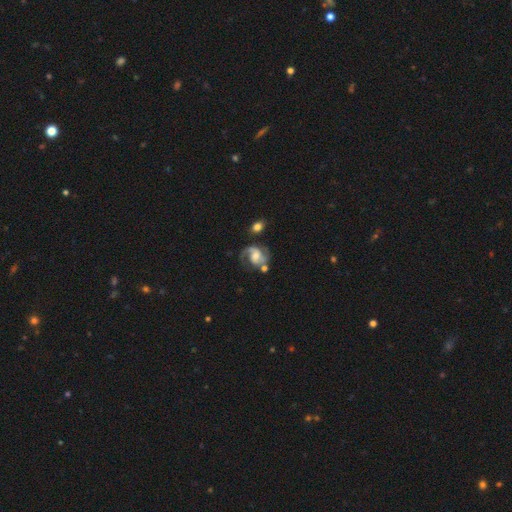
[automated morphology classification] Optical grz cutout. It shows a featured or disk galaxy (84%) with no bar (45%), 2 (83%) medium (54%) spiral arms (96%) and a moderate central bulge (52%). Merging: none (58%).